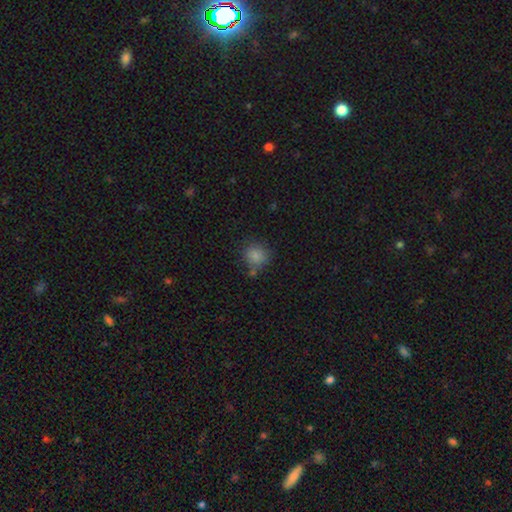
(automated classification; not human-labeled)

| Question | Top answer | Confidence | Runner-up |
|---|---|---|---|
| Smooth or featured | smooth | 82% | star or artifact (11%) |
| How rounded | round | 77% | in between (22%) |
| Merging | none | 67% | minor disturbance (18%) |